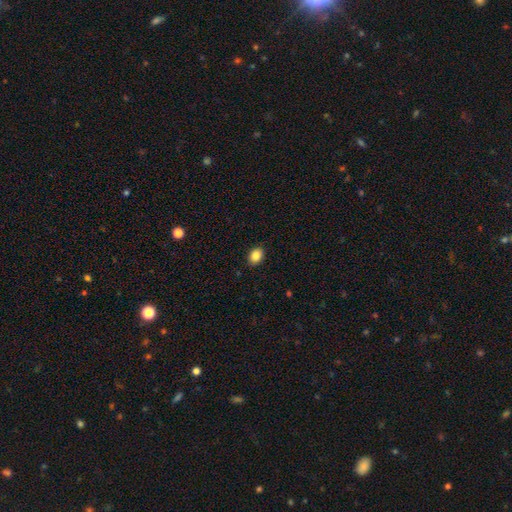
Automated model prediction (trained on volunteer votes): smooth-or-featured: smooth: 86% | star or artifact: 9% | featured or disk: 5%
  how-rounded: in between: 64% | round: 35% | cigar-shaped: 1%
  merging: none: 90% | minor disturbance: 7% | major disturbance: 2% | merger: 1%